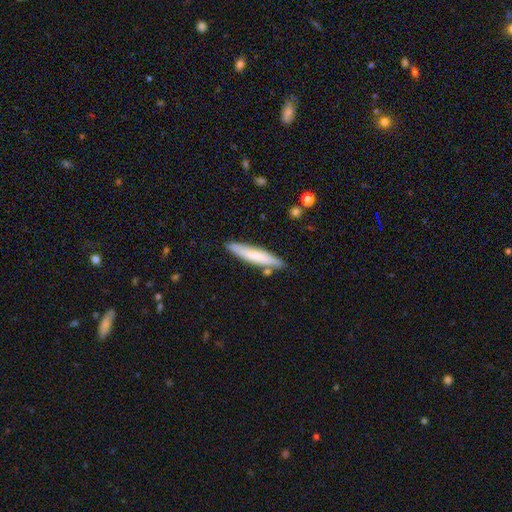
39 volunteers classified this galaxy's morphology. Smooth or featured?
  - smooth: 67% *
  - featured or disk: 31%
  - star or artifact: 3%
How rounded?
  - cigar-shaped: 85% *
  - in between: 12%
  - round: 4%
Merging?
  - none: 87% *
  - minor disturbance: 8%
  - merger: 5%
  - major disturbance: 0%